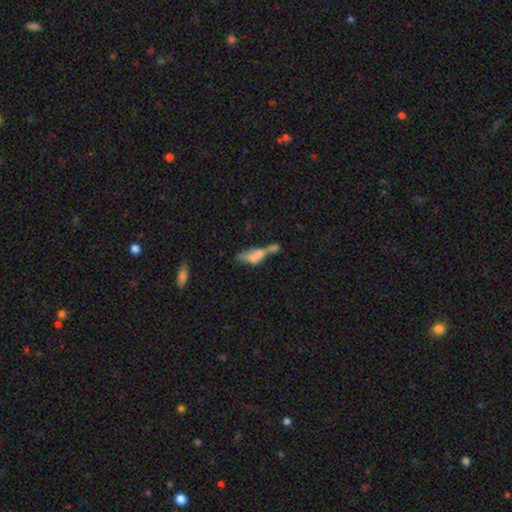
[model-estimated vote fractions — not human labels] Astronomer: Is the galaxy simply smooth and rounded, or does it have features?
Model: smooth — 50% (runner-up: featured or disk, 38%).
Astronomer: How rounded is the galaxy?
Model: in between — 60%.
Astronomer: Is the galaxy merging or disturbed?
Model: merger — 56%.